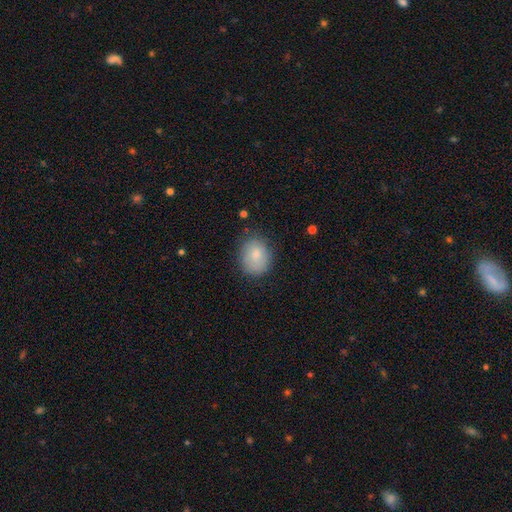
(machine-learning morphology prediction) Smooth or featured?
  - smooth: 83% *
  - featured or disk: 10%
  - star or artifact: 8%
How rounded?
  - in between: 50% *
  - round: 49%
  - cigar-shaped: 1%
Merging?
  - none: 75% *
  - minor disturbance: 19%
  - major disturbance: 5%
  - merger: 2%